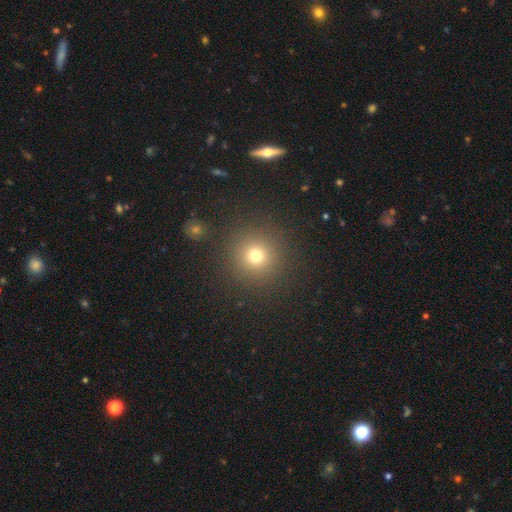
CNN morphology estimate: A smooth galaxy with no disk features (73%) that is round (94%).

Vote fractions:
- Smooth or featured? smooth: 73% / star or artifact: 19% / featured or disk: 8%
- How rounded? round: 94% / in between: 5% / cigar-shaped: 1%
- Merging? none: 88% / minor disturbance: 6% / major disturbance: 3% / merger: 2%